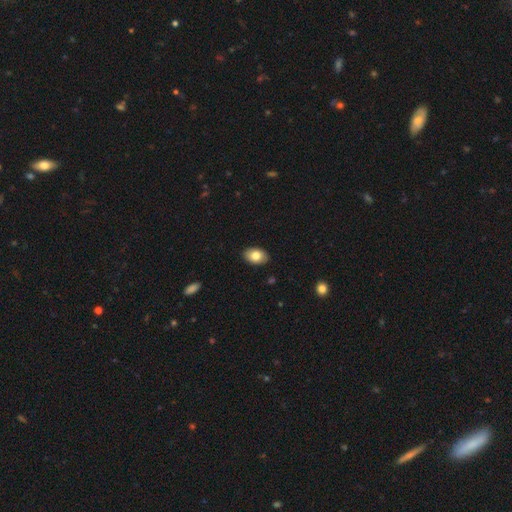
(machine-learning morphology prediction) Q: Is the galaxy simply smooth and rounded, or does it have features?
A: smooth — 81%.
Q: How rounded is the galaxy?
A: in between — 89%.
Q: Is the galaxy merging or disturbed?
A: none — 89%.